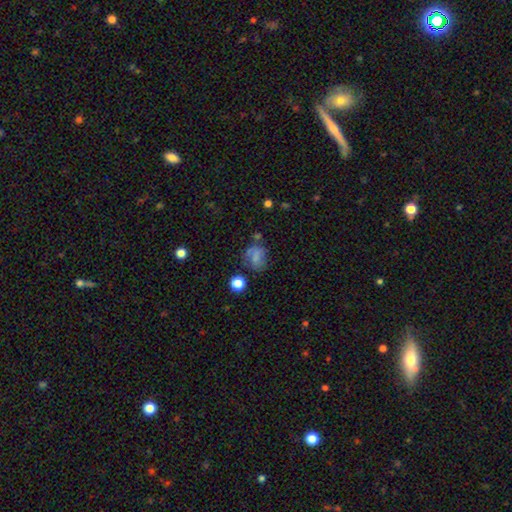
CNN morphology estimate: Smooth or featured?
  - smooth: 65% *
  - featured or disk: 19%
  - star or artifact: 16%
How rounded?
  - in between: 49% * (tied)
  - round: 49% * (tied)
  - cigar-shaped: 1%
Merging?
  - none: 51% *
  - minor disturbance: 24%
  - major disturbance: 17%
  - merger: 8%